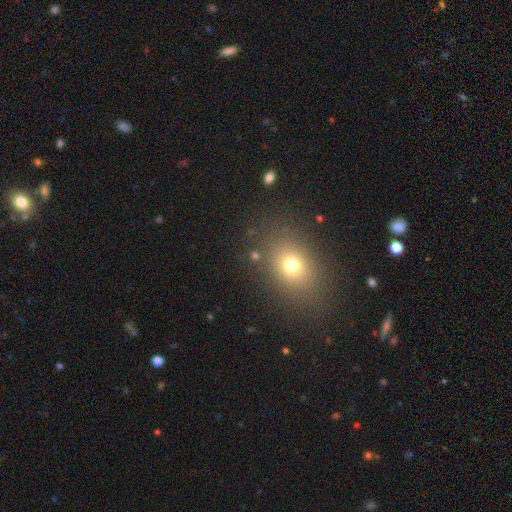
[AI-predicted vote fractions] This is likely a smooth galaxy (67%). How rounded: possibly in between (56%). Merging: clearly none (80%).